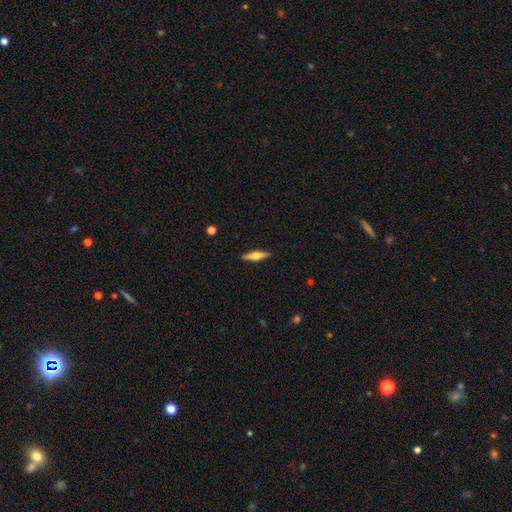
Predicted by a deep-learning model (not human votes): This appears to be a featured or disk galaxy (56%) viewed edge-on (95%) with a rounded central bulge (93%). Merging: none (91%).